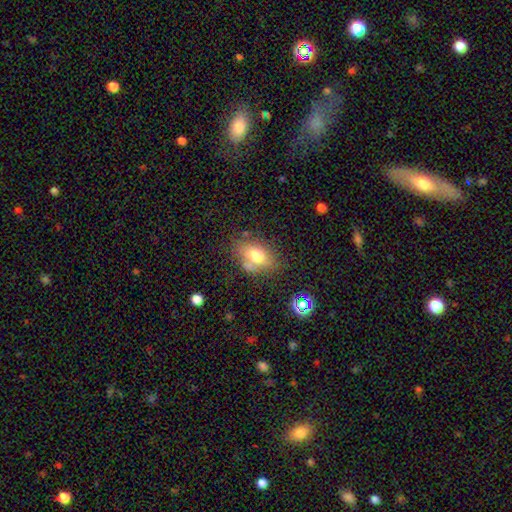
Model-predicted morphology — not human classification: A smooth galaxy with no disk features (70%) that is in between round and cigar-shaped (83%). Merging: none (60%).